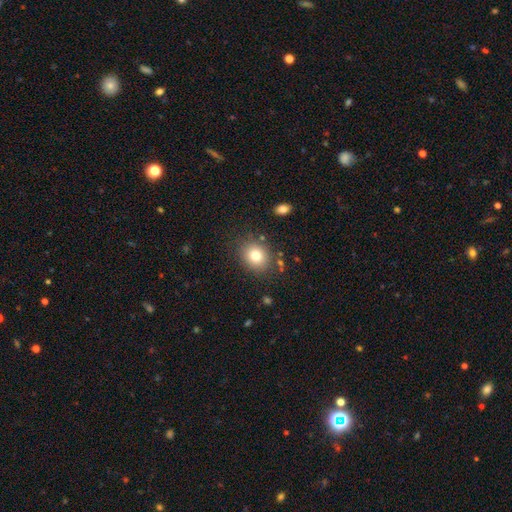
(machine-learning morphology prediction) A smooth galaxy with no disk features (78%) that is round (69%). Merging: none (84%).